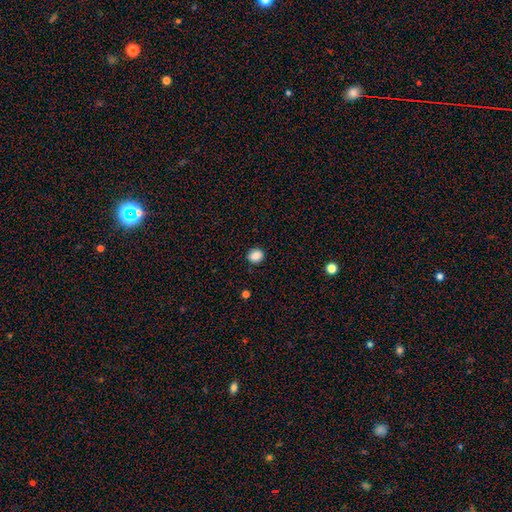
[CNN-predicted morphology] A smooth galaxy with no disk features (88%) that is round (68%).

Vote fractions:
- Smooth or featured? smooth: 88% / star or artifact: 10% / featured or disk: 3%
- How rounded? round: 68% / in between: 31% / cigar-shaped: 1%
- Merging? none: 88% / minor disturbance: 9% / major disturbance: 2% / merger: 1%